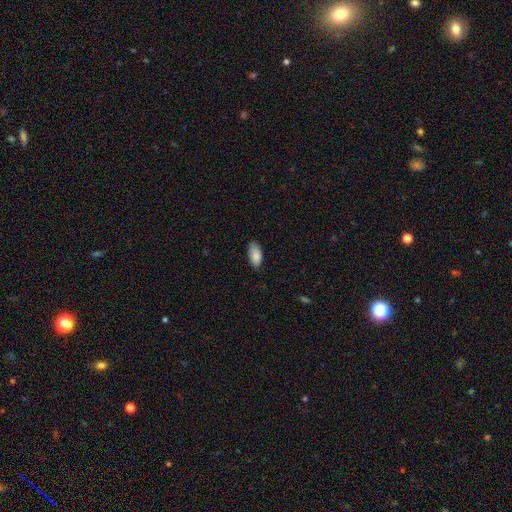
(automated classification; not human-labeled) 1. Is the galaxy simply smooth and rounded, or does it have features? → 88% smooth, 6% star or artifact, 6% featured or disk.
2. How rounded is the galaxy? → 93% in between, 5% cigar-shaped, 2% round.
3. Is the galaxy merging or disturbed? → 80% none, 16% minor disturbance, 2% major disturbance, 1% merger.